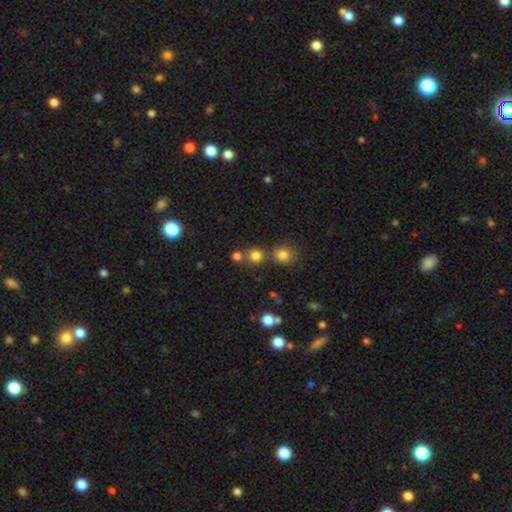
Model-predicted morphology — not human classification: smooth_or_featured: smooth (p=0.77) [alt: star or artifact p=0.17]
how_rounded: round (p=0.90) [alt: in between p=0.09]
merging: none (p=0.69) [alt: merger p=0.21]